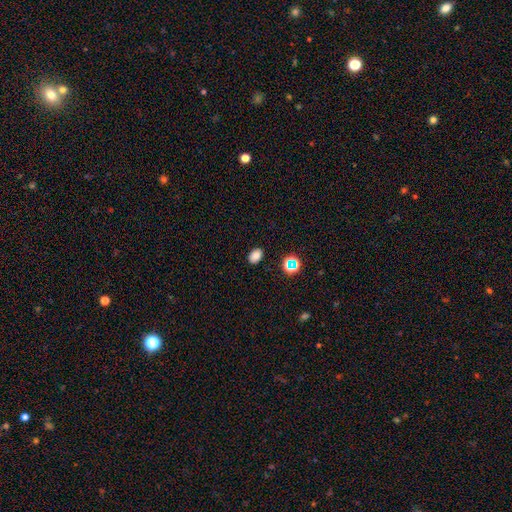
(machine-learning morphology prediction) The model was most divided on "how rounded": in between: 77%, round: 22%, cigar-shaped: 1%. More confident: merging — none (87%); smooth or featured — smooth (80%).